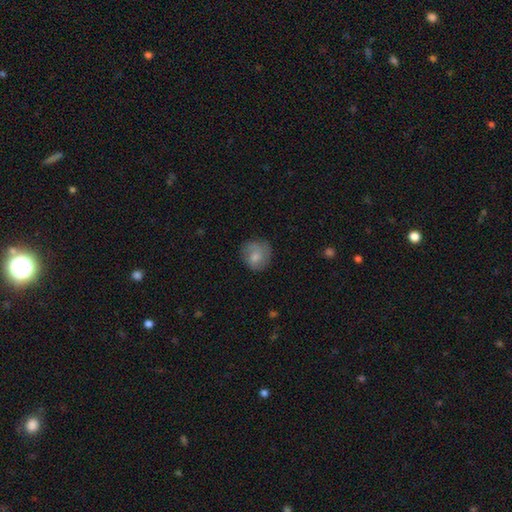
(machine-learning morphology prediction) smooth 75%, featured or disk 17%, star or artifact 8%. Down the decision tree: how rounded — round (82%); merging — none (69%).